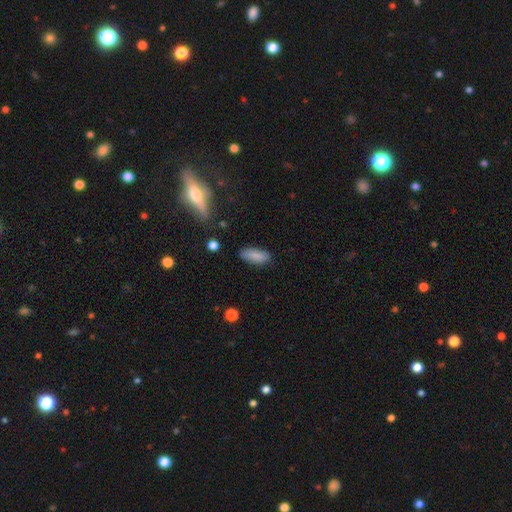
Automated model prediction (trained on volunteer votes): smooth-or-featured: smooth: 84% | featured or disk: 8% | star or artifact: 8%
  how-rounded: in between: 74% | cigar-shaped: 23% | round: 2%
  merging: none: 80% | minor disturbance: 15% | major disturbance: 3% | merger: 2%